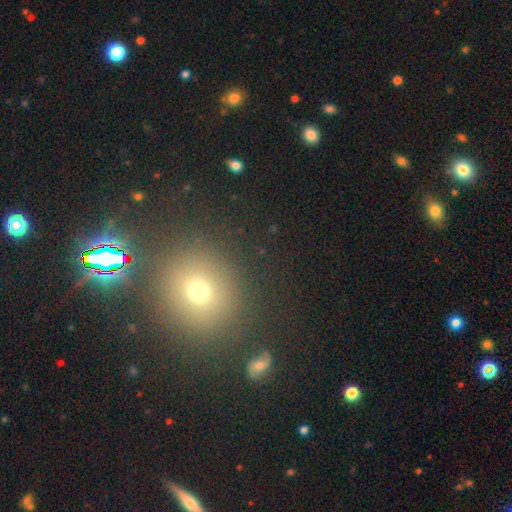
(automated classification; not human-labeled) This is possibly a smooth galaxy (49%). Merging: clearly none (86%).